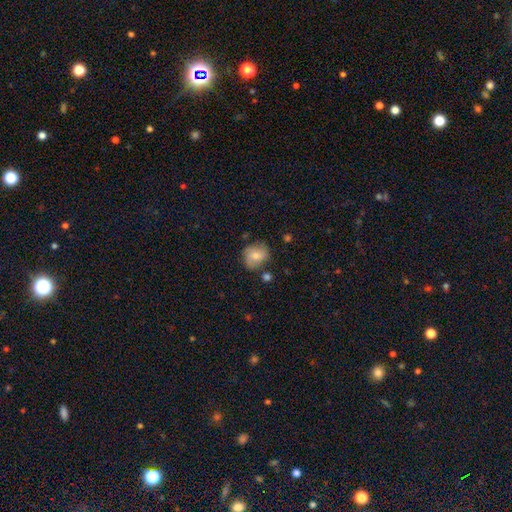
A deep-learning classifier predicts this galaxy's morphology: smooth_or_featured: smooth (p=0.67) [alt: featured or disk p=0.24]
how_rounded: round (p=0.71) [alt: in between p=0.28]
merging: none (p=0.69) [alt: minor disturbance p=0.20]